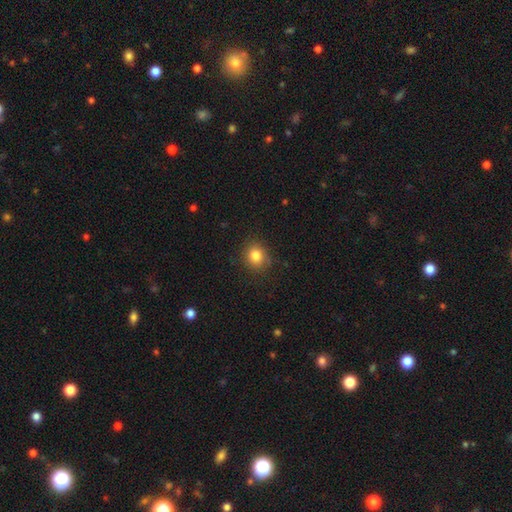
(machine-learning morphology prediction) type=smooth (82%); roundness=round (82%); merging=none (85%).